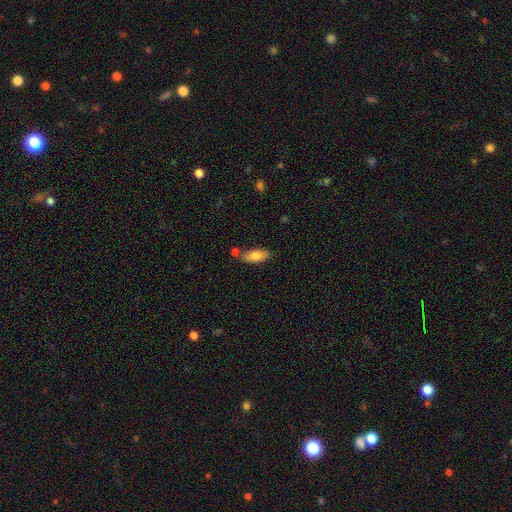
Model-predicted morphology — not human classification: Smooth or featured?
  - smooth: 79% *
  - featured or disk: 15%
  - star or artifact: 7%
How rounded?
  - in between: 78% *
  - cigar-shaped: 20%
  - round: 2%
Merging?
  - none: 68% *
  - minor disturbance: 16%
  - merger: 12%
  - major disturbance: 3%